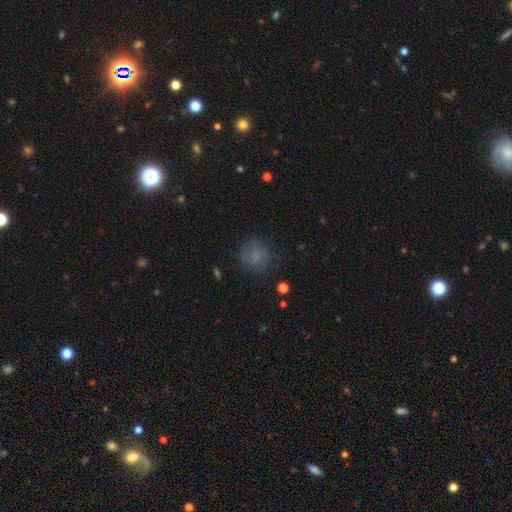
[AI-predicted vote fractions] A smooth galaxy with no disk features (71%) that is round (86%).

Vote fractions:
- Smooth or featured? smooth: 71% / star or artifact: 15% / featured or disk: 14%
- How rounded? round: 86% / in between: 13% / cigar-shaped: 1%
- Merging? none: 76% / minor disturbance: 15% / major disturbance: 8% / merger: 1%